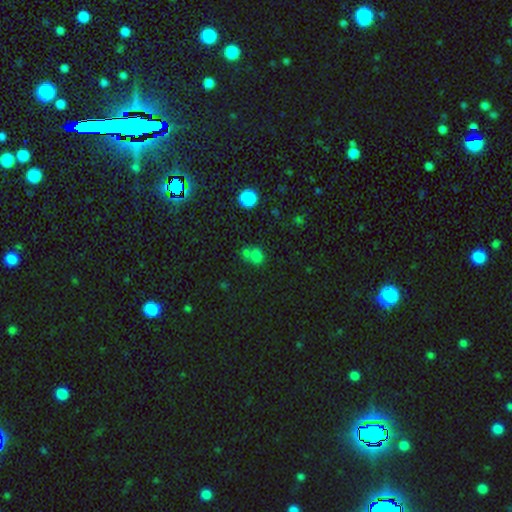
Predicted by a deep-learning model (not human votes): smooth-or-featured: smooth: 70% | star or artifact: 21% | featured or disk: 9%
  how-rounded: round: 69% | in between: 30% | cigar-shaped: 1%
  merging: merger: 44% | none: 41% | minor disturbance: 10% | major disturbance: 5%